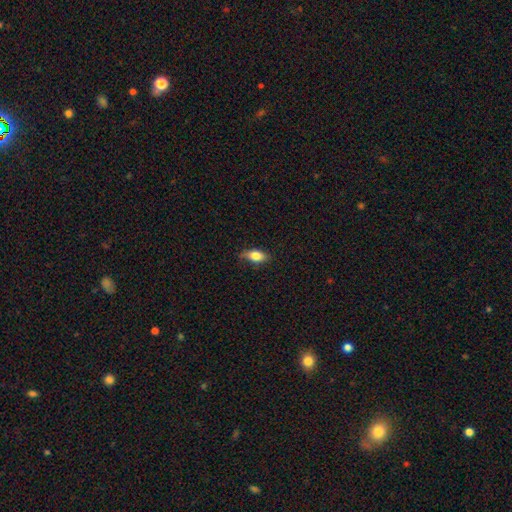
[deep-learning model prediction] smooth-or-featured: smooth: 78% | featured or disk: 15% | star or artifact: 8%
  how-rounded: in between: 84% | cigar-shaped: 9% | round: 7%
  merging: none: 74% | minor disturbance: 21% | major disturbance: 4% | merger: 1%